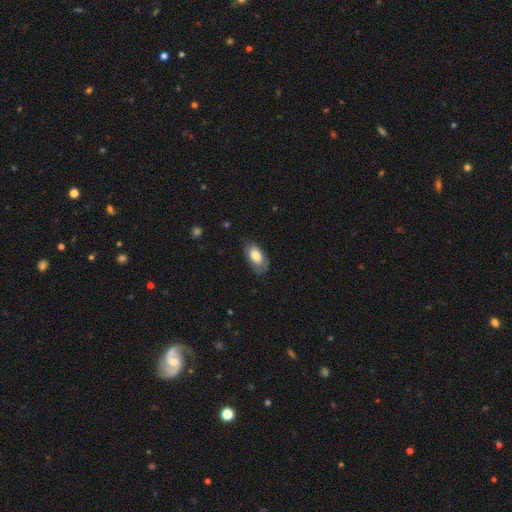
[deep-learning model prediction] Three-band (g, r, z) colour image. It shows a smooth galaxy with no disk features (77%) that is in between round and cigar-shaped (92%). Merging: none (70%).